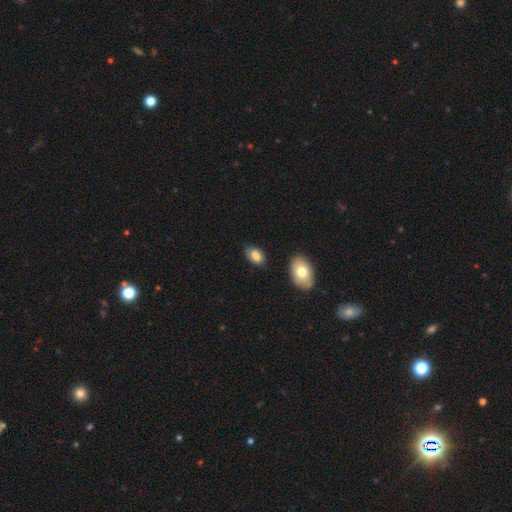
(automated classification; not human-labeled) The model was most divided on "merging": none: 73%, minor disturbance: 19%, major disturbance: 4%, merger: 4%. More confident: how rounded — in between (91%); smooth or featured — smooth (83%).